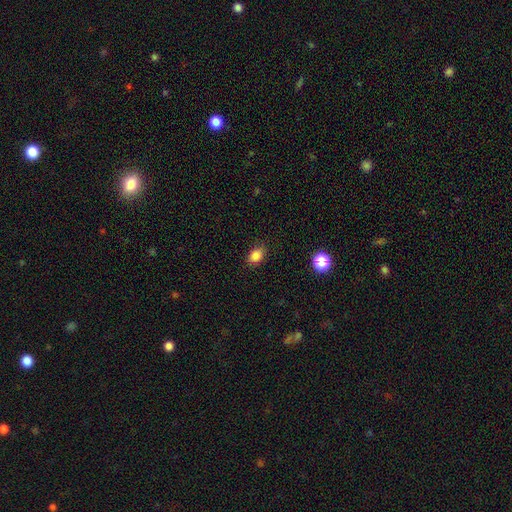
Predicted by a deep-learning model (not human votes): This appears to be a smooth galaxy with no disk features (84%) that is in between round and cigar-shaped (71%). Merging: none (82%).